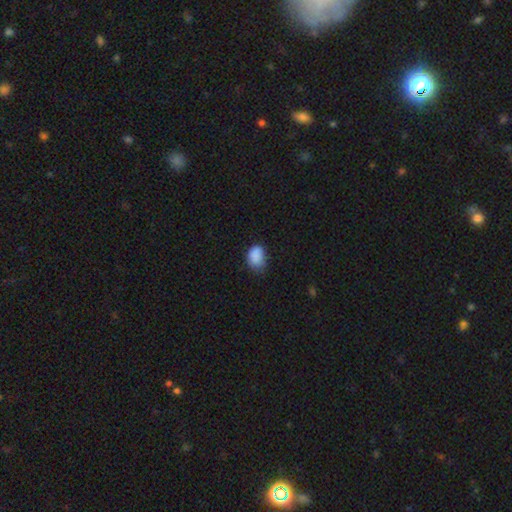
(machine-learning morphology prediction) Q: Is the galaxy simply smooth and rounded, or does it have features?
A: smooth — 86%.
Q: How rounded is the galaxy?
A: in between — 69%.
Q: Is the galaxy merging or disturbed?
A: none — 56%.